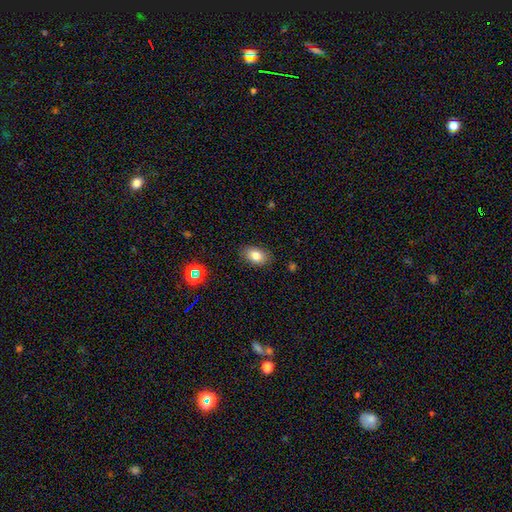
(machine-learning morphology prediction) A smooth galaxy with no disk features (81%) that is in between round and cigar-shaped (86%). Merging: none (85%).